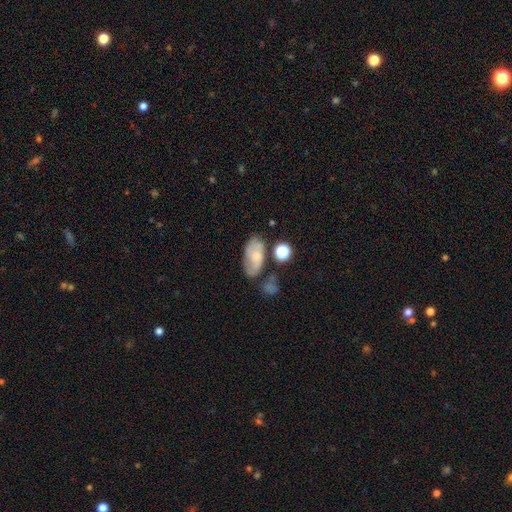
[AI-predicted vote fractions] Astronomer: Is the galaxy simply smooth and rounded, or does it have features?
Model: smooth — 58% (runner-up: featured or disk, 33%).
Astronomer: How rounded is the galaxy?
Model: in between — 90%.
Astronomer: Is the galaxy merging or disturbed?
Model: none — 56%.